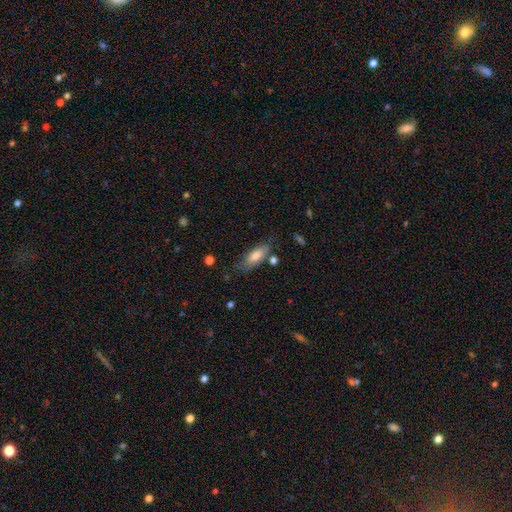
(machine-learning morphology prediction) The model was most divided on "merging": none: 64%, minor disturbance: 23%, major disturbance: 6%, merger: 6%. More confident: smooth or featured — smooth (75%); how rounded — in between (75%).